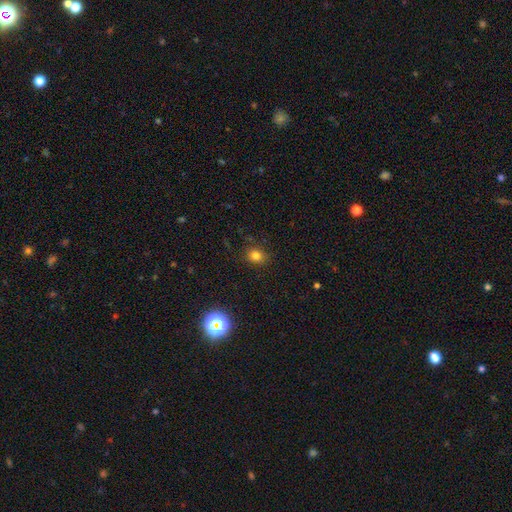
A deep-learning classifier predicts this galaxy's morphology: This appears to be a smooth galaxy with no disk features (79%) that is round (67%). Merging: none (85%).